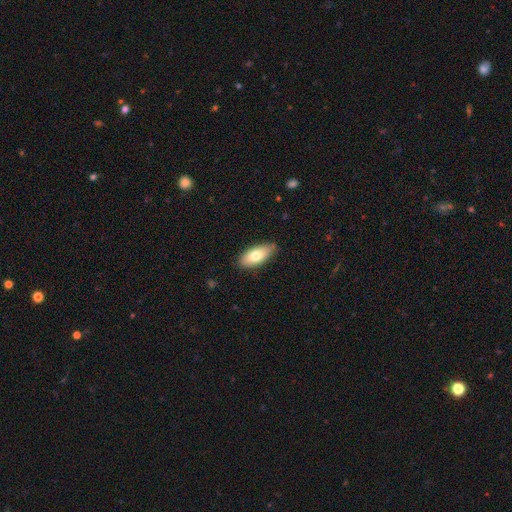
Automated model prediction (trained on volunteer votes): Morphology: type=smooth (74%); roundness=in between (86%); merging=none (83%).